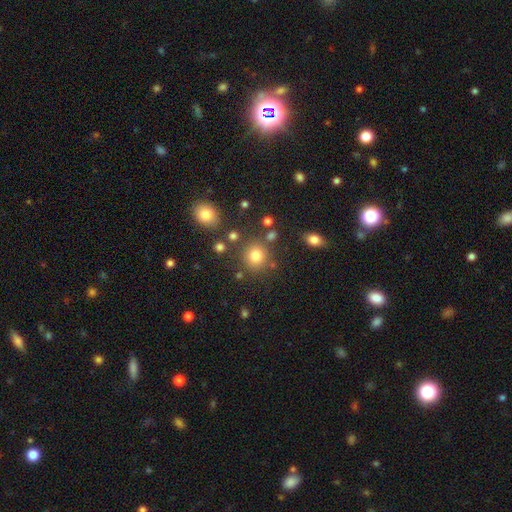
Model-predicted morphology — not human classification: smooth-or-featured: smooth: 78% | star or artifact: 15% | featured or disk: 7%
  how-rounded: round: 88% | in between: 11% | cigar-shaped: 1%
  merging: none: 80% | minor disturbance: 9% | merger: 7% | major disturbance: 4%